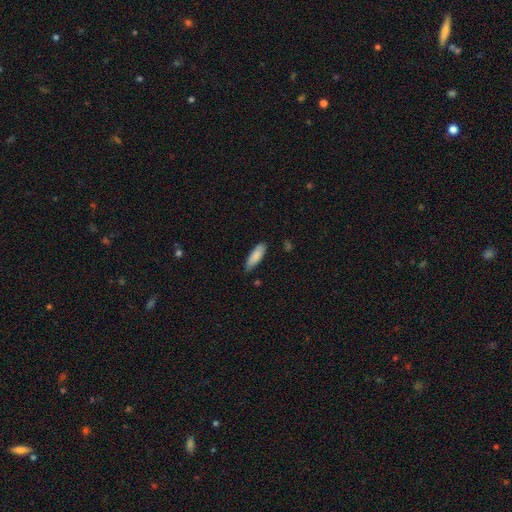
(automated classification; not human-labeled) This appears to be a smooth galaxy with no disk features (85%) that is in between round and cigar-shaped (54%). Merging: none (74%).